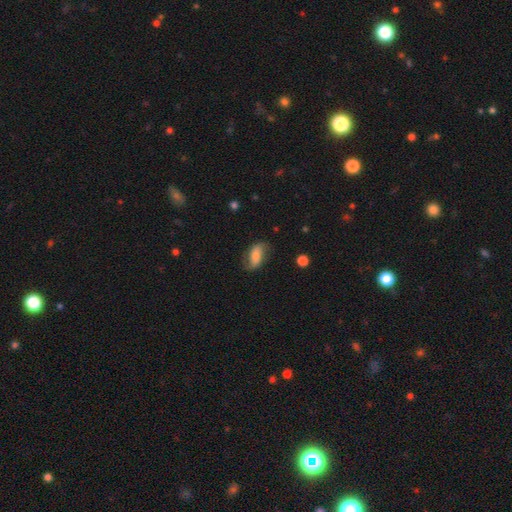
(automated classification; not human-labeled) Morphology: type=smooth (56%); roundness=in between (83%); merging=none (67%).